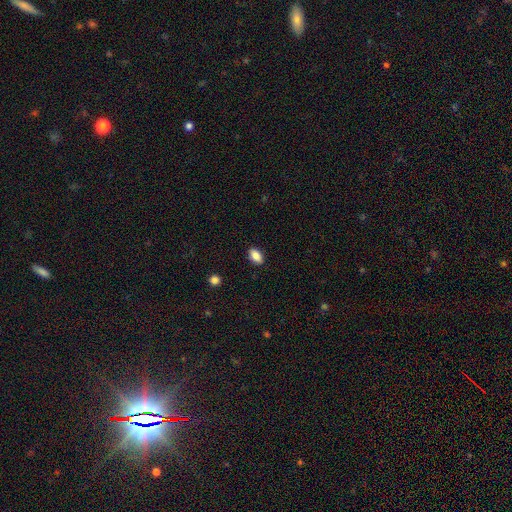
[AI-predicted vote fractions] The model was most divided on "smooth or featured": smooth: 86%, star or artifact: 8%, featured or disk: 6%. More confident: how rounded — in between (90%); merging — none (89%).